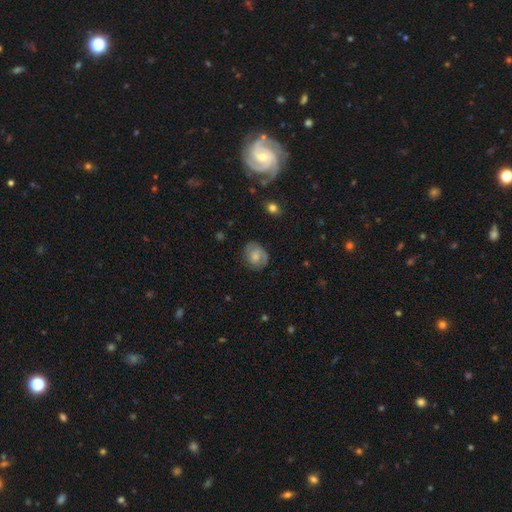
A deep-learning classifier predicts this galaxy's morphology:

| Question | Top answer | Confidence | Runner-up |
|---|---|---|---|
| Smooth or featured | featured or disk | 48% | smooth (44%) |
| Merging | none | 74% | minor disturbance (19%) |